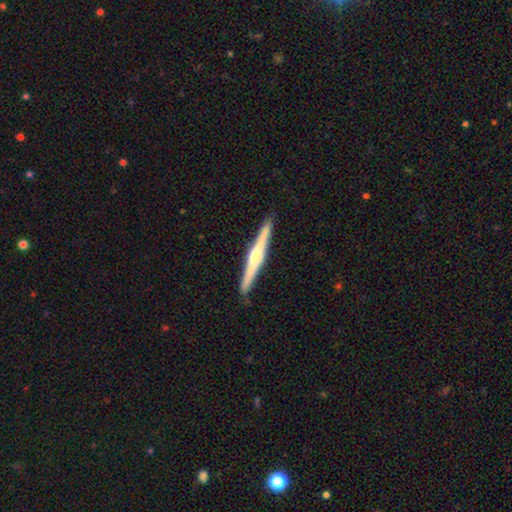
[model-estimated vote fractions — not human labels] Smooth or featured? Predicted: featured or disk (p=0.72). Edge-on disk? Predicted: yes (p=0.98). Edge-on bulge? Predicted: rounded (p=0.83). Merging? Predicted: none (p=0.91).